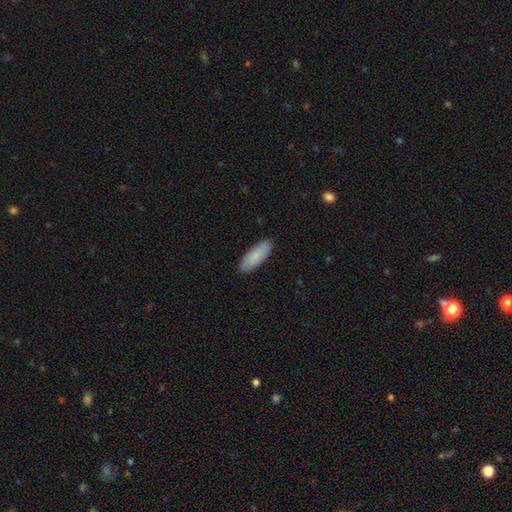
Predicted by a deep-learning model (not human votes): Q: Smooth or featured?
A: smooth (85%); runner-up: featured or disk (9%)
Q: How rounded?
A: in between (65%); runner-up: cigar-shaped (33%)
Q: Merging?
A: none (89%); runner-up: minor disturbance (8%)